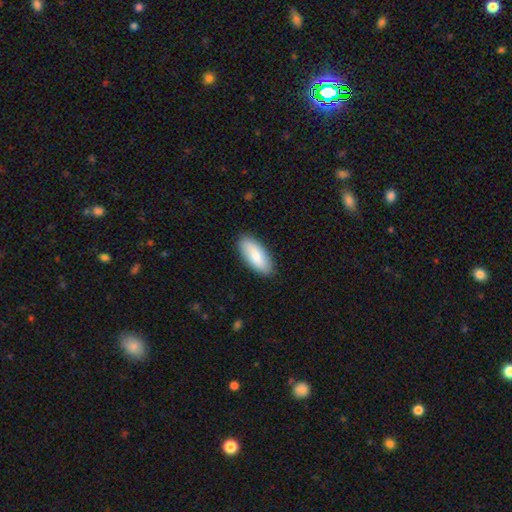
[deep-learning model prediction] A smooth galaxy with no disk features (81%) that is in between round and cigar-shaped (86%). Merging: none (88%).